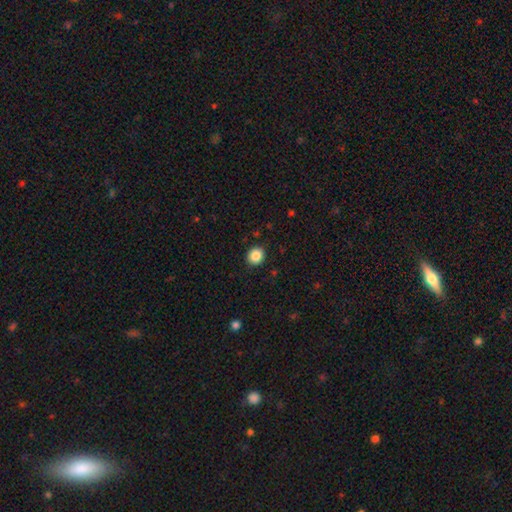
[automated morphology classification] Smooth or featured?
  - smooth: 87% *
  - star or artifact: 9%
  - featured or disk: 4%
How rounded?
  - round: 82% *
  - in between: 17%
  - cigar-shaped: 1%
Merging?
  - none: 91% *
  - minor disturbance: 6%
  - major disturbance: 2%
  - merger: 1%